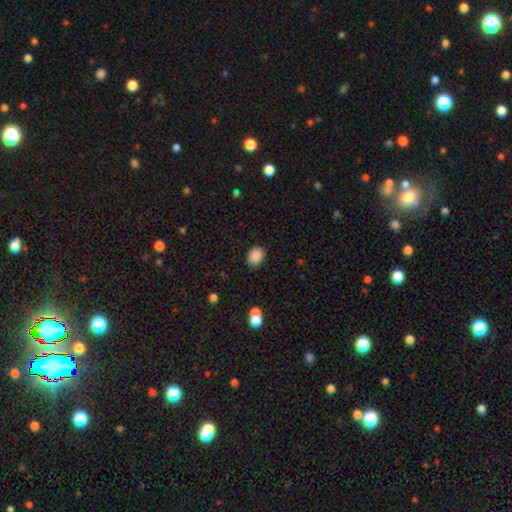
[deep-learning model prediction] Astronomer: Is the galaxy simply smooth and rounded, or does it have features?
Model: smooth — 88%.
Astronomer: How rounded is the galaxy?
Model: in between — 57% (runner-up: round, 42%).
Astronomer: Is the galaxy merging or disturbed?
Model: none — 86%.